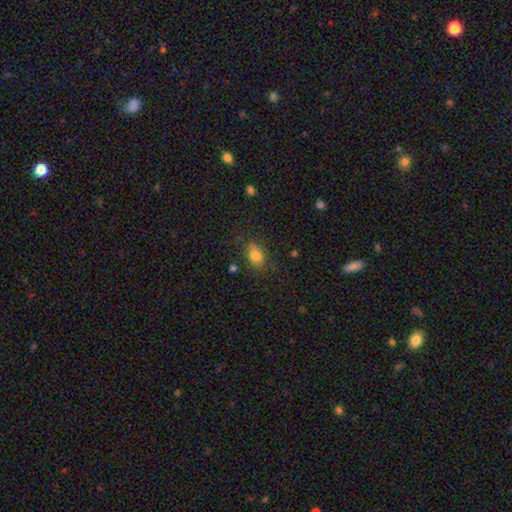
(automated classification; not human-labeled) smooth 81%, star or artifact 11%, featured or disk 8%. Down the decision tree: how rounded — in between (63%); merging — none (72%).